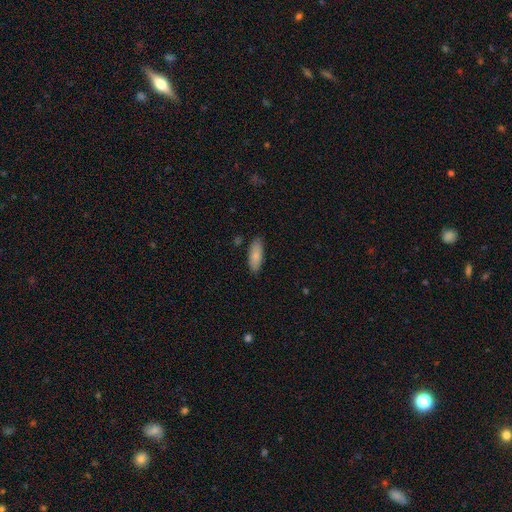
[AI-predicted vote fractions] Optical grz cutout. It shows a smooth galaxy with no disk features (84%) that is in between round and cigar-shaped (73%). Merging: none (85%).